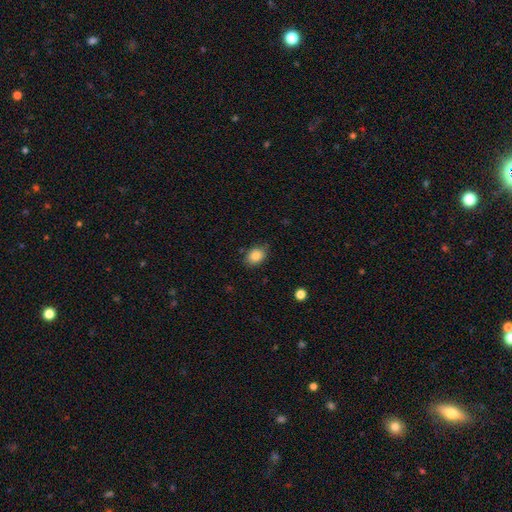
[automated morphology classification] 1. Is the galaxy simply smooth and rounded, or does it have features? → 84% smooth, 9% star or artifact, 7% featured or disk.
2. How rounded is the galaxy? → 67% in between, 32% round, 1% cigar-shaped.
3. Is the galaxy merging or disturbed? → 81% none, 15% minor disturbance, 3% major disturbance, 2% merger.